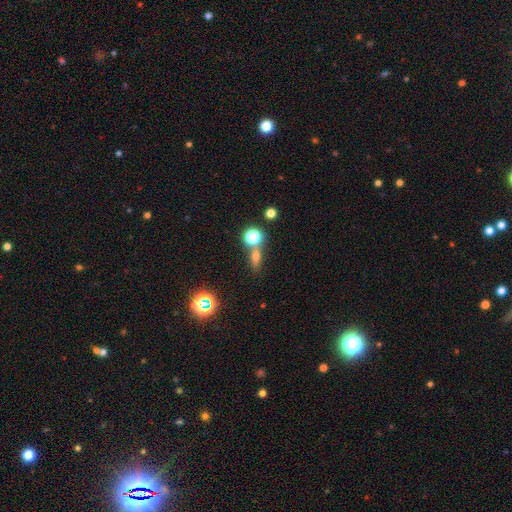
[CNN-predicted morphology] smooth 54%, star or artifact 26%, featured or disk 19%. Down the decision tree: how rounded — in between (41%); merging — none (58%).